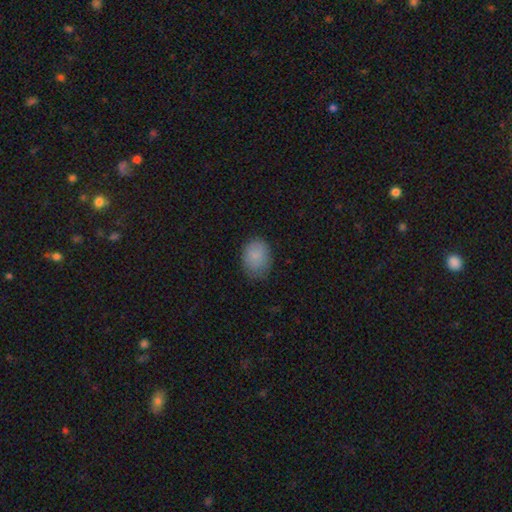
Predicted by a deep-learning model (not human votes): Smooth or featured: smooth — 86% (star or artifact — 8%)
How rounded: in between — 57% (round — 42%)
Merging: none — 69% (minor disturbance — 25%)